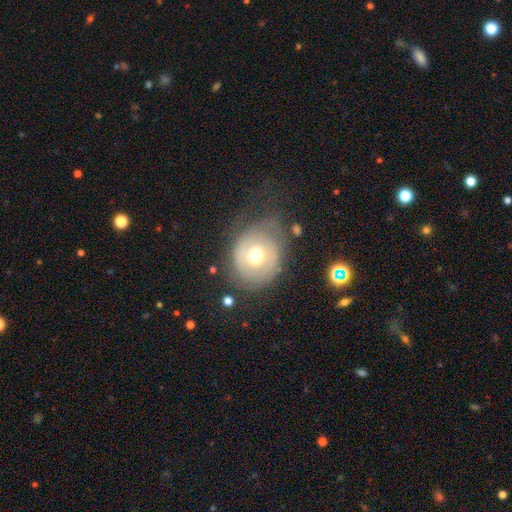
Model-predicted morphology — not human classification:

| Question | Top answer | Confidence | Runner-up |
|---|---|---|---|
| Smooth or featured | featured or disk | 49% | smooth (43%) |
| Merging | none | 53% | minor disturbance (25%) |